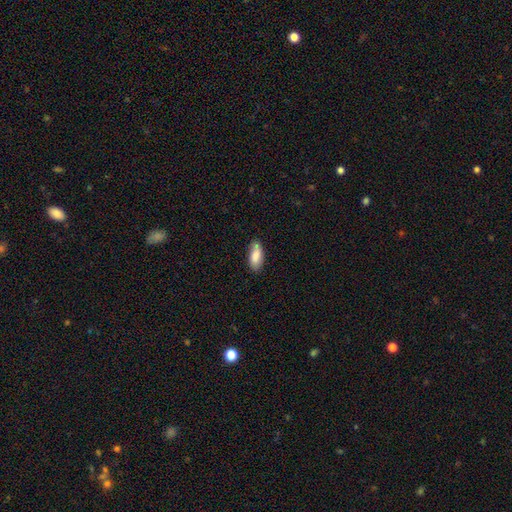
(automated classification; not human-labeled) A smooth galaxy with no disk features (78%) that is in between round and cigar-shaped (86%). Merging: none (70%).